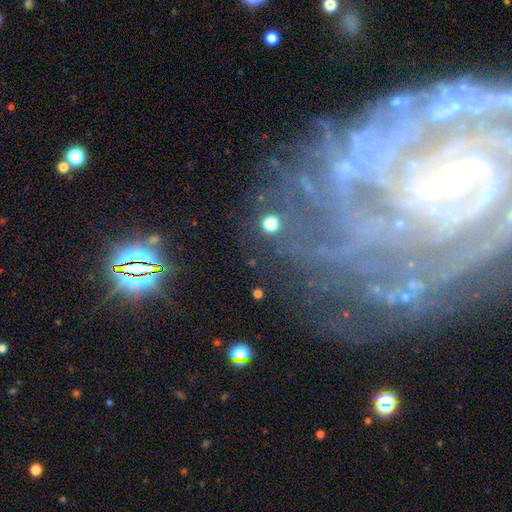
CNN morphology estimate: Overall: featured or disk (81%). Edge-on disk: no (96%). Bar: no (45%; weak 33%). Spiral arms: yes (85%). Spiral arm count: can't tell (39%; 2 16%). Spiral winding: tight (69%). Bulge size: small (66%). Merging: none (64%).